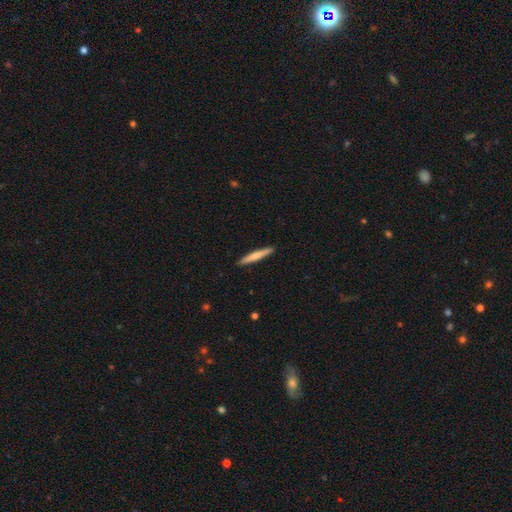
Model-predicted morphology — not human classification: smooth 66%, featured or disk 29%, star or artifact 5%. Down the decision tree: how rounded — cigar-shaped (95%); merging — none (92%).